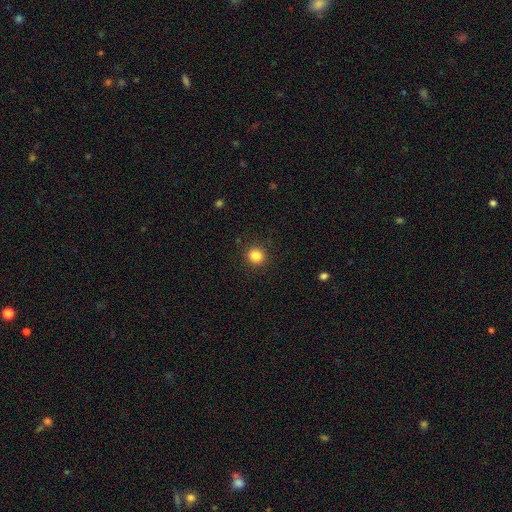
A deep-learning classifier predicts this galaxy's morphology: A smooth galaxy with no disk features (84%) that is round (93%).

Vote fractions:
- Smooth or featured? smooth: 84% / star or artifact: 11% / featured or disk: 5%
- How rounded? round: 93% / in between: 6% / cigar-shaped: 1%
- Merging? none: 91% / minor disturbance: 6% / major disturbance: 2% / merger: 1%